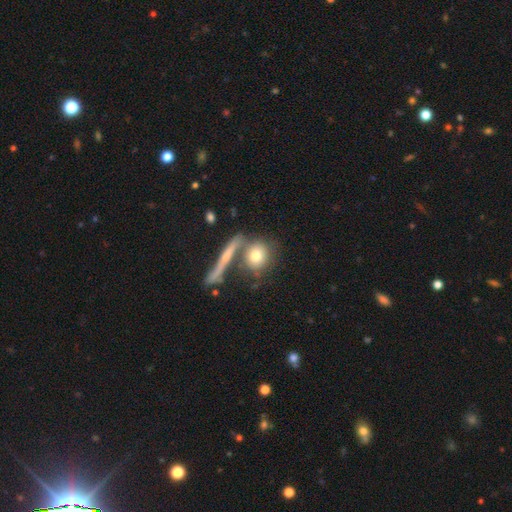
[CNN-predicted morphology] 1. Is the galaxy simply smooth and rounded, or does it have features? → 73% smooth, 19% featured or disk, 8% star or artifact.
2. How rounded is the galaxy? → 73% round, 19% in between, 8% cigar-shaped.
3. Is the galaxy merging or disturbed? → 60% none, 22% merger, 12% minor disturbance, 6% major disturbance.